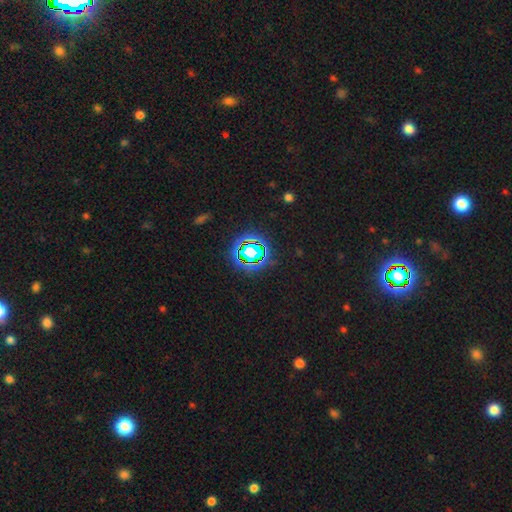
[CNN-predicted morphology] Overall: star or artifact (74%).